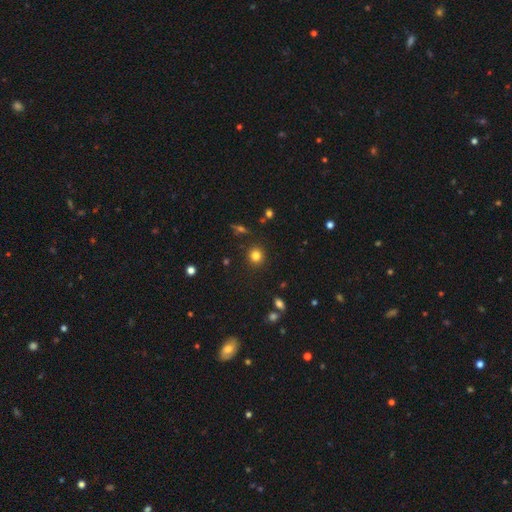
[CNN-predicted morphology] smooth_or_featured: smooth (p=0.81) [alt: star or artifact p=0.13]
how_rounded: round (p=0.89) [alt: in between p=0.10]
merging: none (p=0.89) [alt: minor disturbance p=0.06]